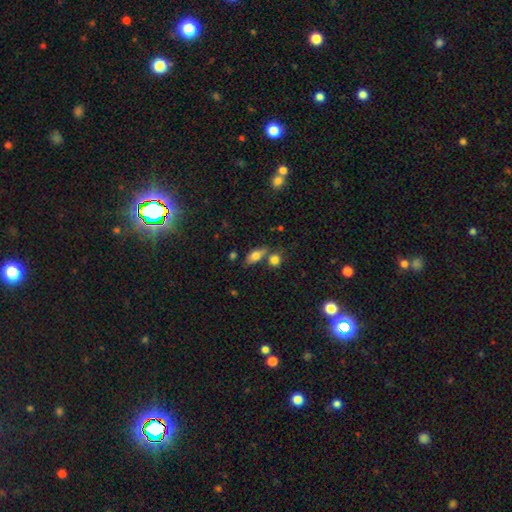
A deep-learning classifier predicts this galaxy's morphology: Smooth or featured?
  - smooth: 76% *
  - featured or disk: 15%
  - star or artifact: 9%
How rounded?
  - in between: 81% *
  - cigar-shaped: 10%
  - round: 8%
Merging?
  - none: 56% *
  - merger: 26%
  - minor disturbance: 13%
  - major disturbance: 5%